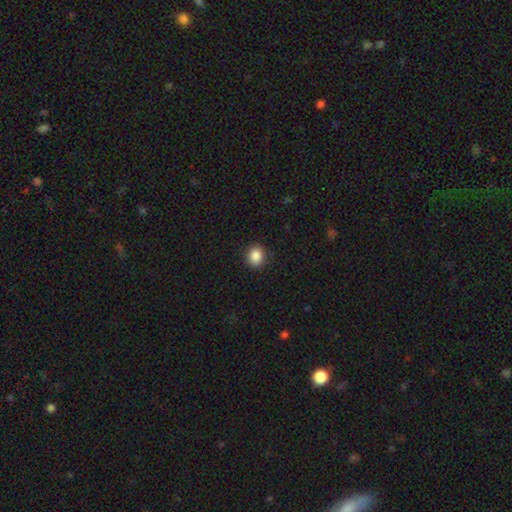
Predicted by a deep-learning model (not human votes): Smooth or featured: smooth — 87% (star or artifact — 9%)
How rounded: round — 71% (in between — 28%)
Merging: none — 90% (minor disturbance — 7%)